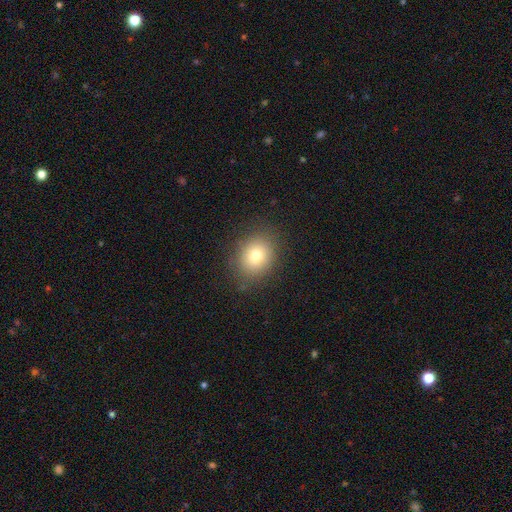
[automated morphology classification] Smooth or featured: smooth — 76% (star or artifact — 12%)
How rounded: round — 55% (in between — 44%)
Merging: none — 85% (minor disturbance — 10%)